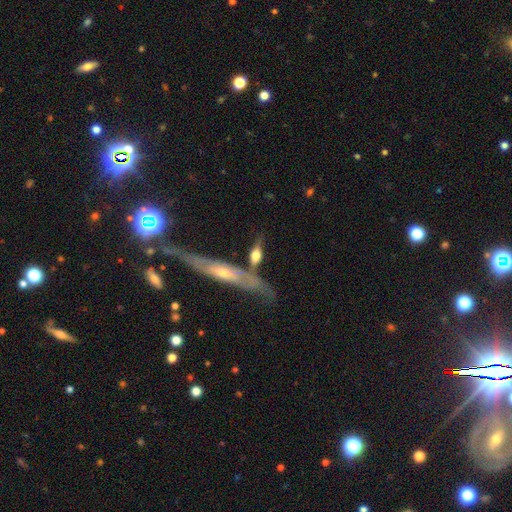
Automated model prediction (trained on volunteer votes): Q: Smooth or featured?
A: featured or disk (53%); runner-up: smooth (41%)
Q: Edge-on disk?
A: yes (85%); runner-up: no (15%)
Q: Merging?
A: none (52%); runner-up: merger (24%)